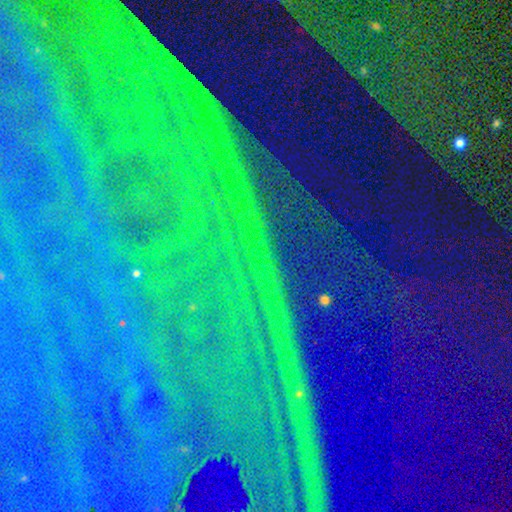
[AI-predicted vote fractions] Morphology: type=star or artifact (88%).